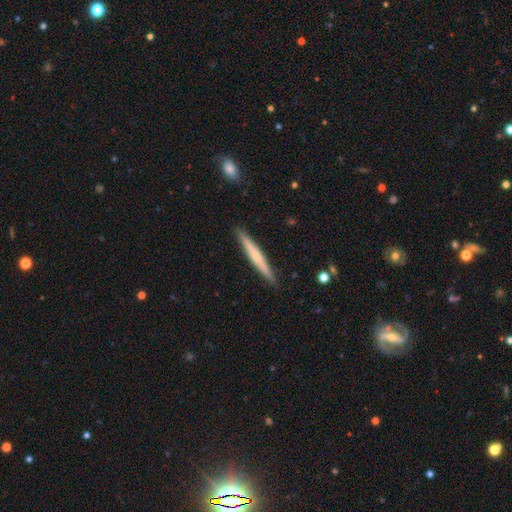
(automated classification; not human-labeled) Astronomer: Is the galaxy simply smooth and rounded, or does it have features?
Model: featured or disk — 51% (runner-up: smooth, 44%).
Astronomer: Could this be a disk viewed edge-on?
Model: yes — 97%.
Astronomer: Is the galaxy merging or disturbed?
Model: none — 91%.